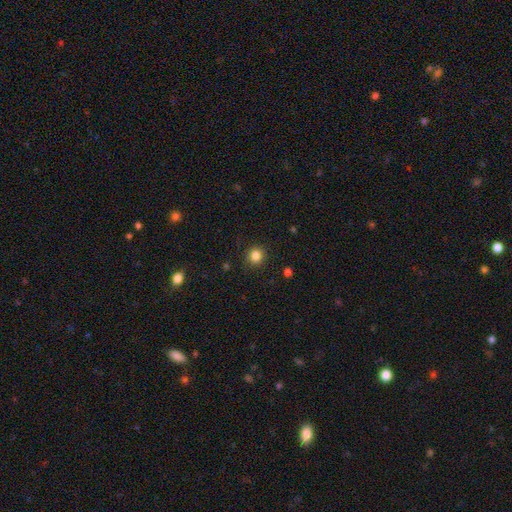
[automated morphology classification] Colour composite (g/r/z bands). It shows a smooth galaxy with no disk features (83%) that is round (89%). Merging: none (91%).